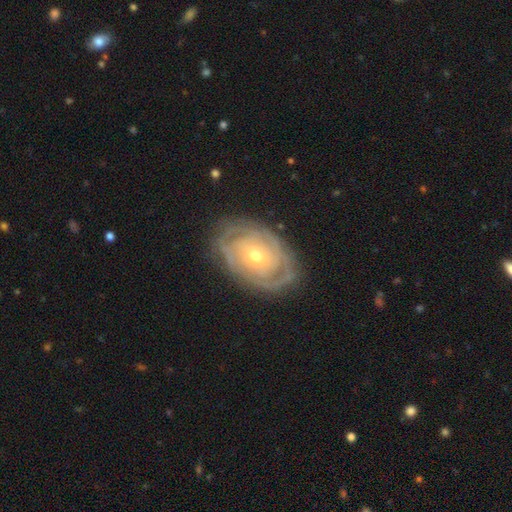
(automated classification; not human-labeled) smooth_or_featured: featured or disk (p=0.81) [alt: smooth p=0.13]
disk_edge_on: no (p=0.95) [alt: yes p=0.05]
bar: no (p=0.76) [alt: weak p=0.19]
has_spiral_arms: yes (p=0.87) [alt: no p=0.13]
spiral_winding: tight (p=0.77) [alt: medium p=0.18]
spiral_arm_count: can't tell (p=0.43) [alt: 2 p=0.24]
bulge_size: small (p=0.59) [alt: moderate p=0.38]
merging: none (p=0.77) [alt: minor disturbance p=0.16]